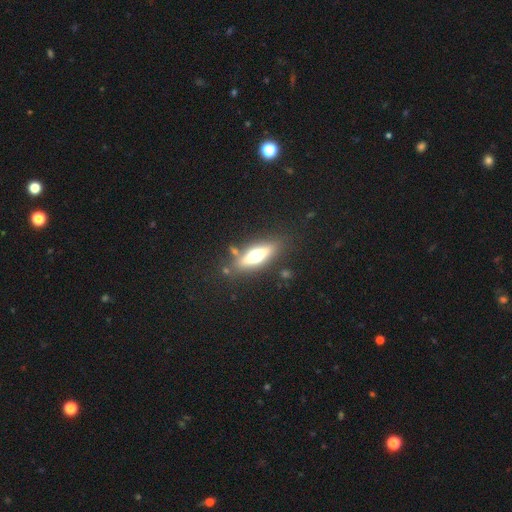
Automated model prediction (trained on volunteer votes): A featured or disk galaxy (50%) viewed edge-on (84%). Merging: none (81%).